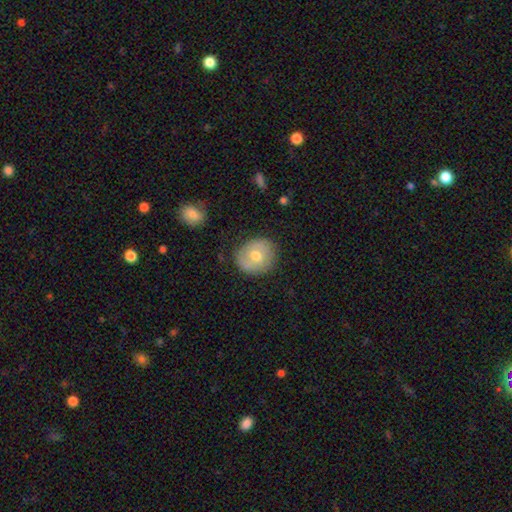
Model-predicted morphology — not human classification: smooth 64%, featured or disk 29%, star or artifact 7%. Down the decision tree: how rounded — round (80%); merging — none (79%).